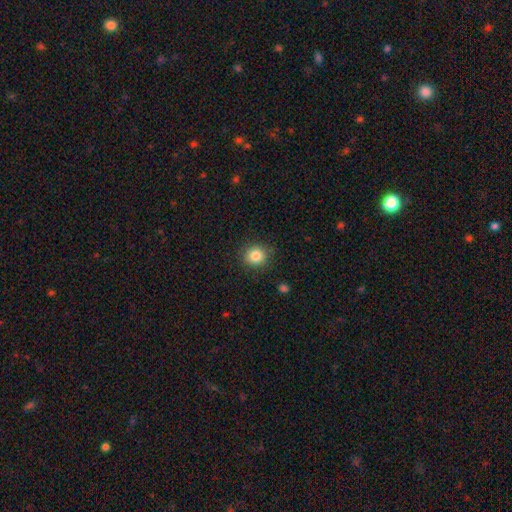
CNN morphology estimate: type=smooth (84%); roundness=round (82%); merging=none (87%).